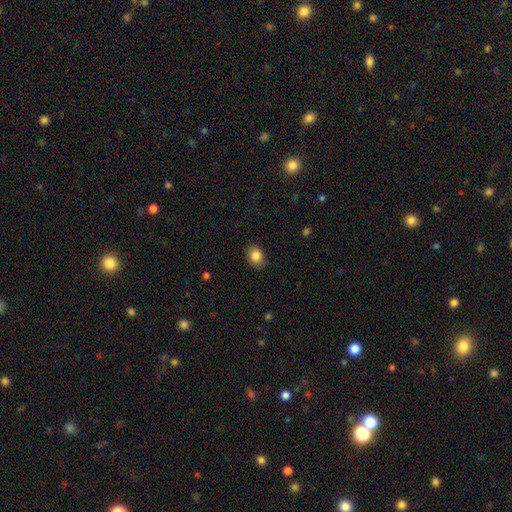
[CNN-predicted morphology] A smooth galaxy with no disk features (85%) that is in between round and cigar-shaped (55%).

Vote fractions:
- Smooth or featured? smooth: 85% / star or artifact: 9% / featured or disk: 6%
- How rounded? in between: 55% / round: 45% / cigar-shaped: 1%
- Merging? none: 85% / minor disturbance: 12% / major disturbance: 3% / merger: 1%